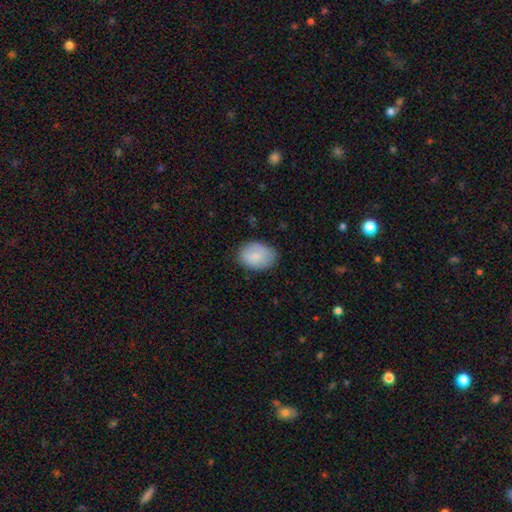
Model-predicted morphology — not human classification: A smooth galaxy with no disk features (83%) that is in between round and cigar-shaped (76%).

Vote fractions:
- Smooth or featured? smooth: 83% / featured or disk: 11% / star or artifact: 6%
- How rounded? in between: 76% / round: 23% / cigar-shaped: 1%
- Merging? none: 75% / minor disturbance: 20% / major disturbance: 4% / merger: 1%